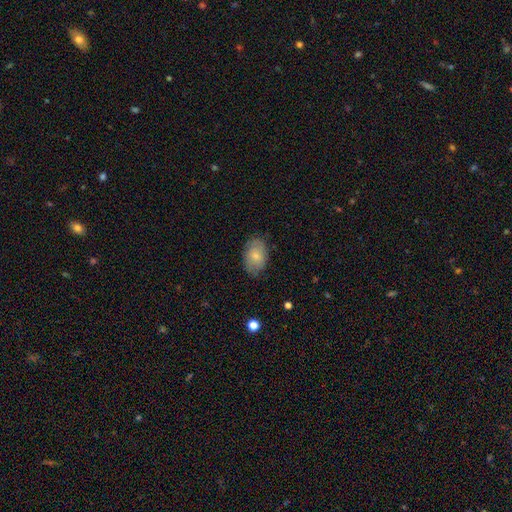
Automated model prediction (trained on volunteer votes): A smooth galaxy with no disk features (72%) that is in between round and cigar-shaped (87%). Merging: none (76%).